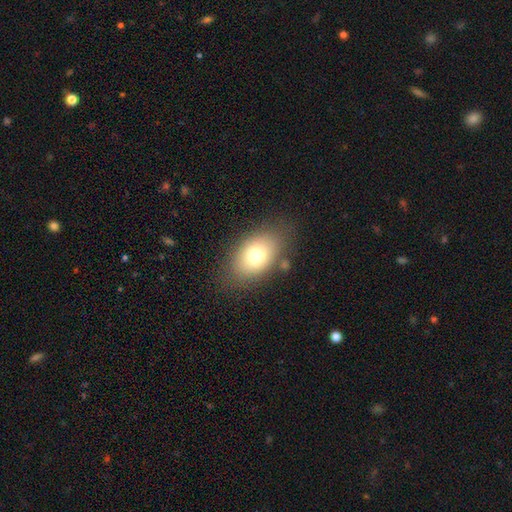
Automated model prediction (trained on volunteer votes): A smooth galaxy with no disk features (75%) that is in between round and cigar-shaped (84%). Merging: none (76%).